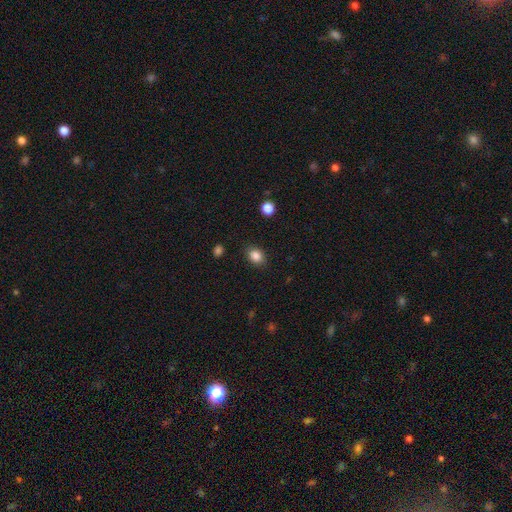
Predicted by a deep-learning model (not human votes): The model was most divided on "how rounded": in between: 60%, round: 39%, cigar-shaped: 1%. More confident: merging — none (86%); smooth or featured — smooth (86%).